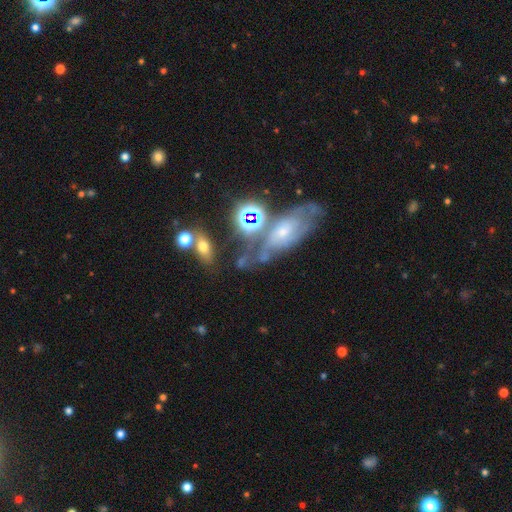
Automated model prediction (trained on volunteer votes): smooth-or-featured: featured or disk: 57% | star or artifact: 24% | smooth: 19%
  disk-edge-on: no: 84% | yes: 16%
  merging: none: 38% | merger: 29% | major disturbance: 17% | minor disturbance: 16%